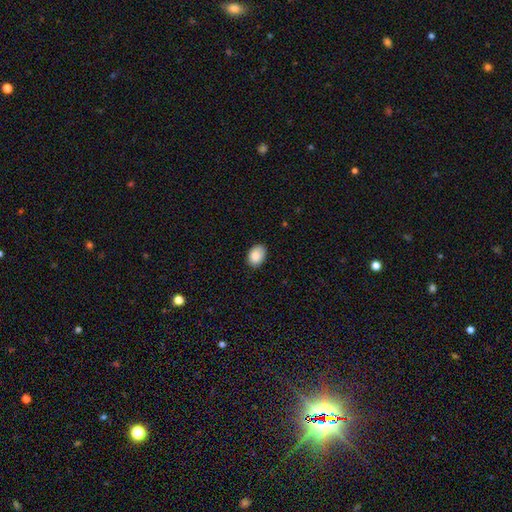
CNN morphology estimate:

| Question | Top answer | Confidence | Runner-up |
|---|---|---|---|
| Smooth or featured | smooth | 88% | star or artifact (7%) |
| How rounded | in between | 80% | round (19%) |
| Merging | none | 81% | minor disturbance (16%) |